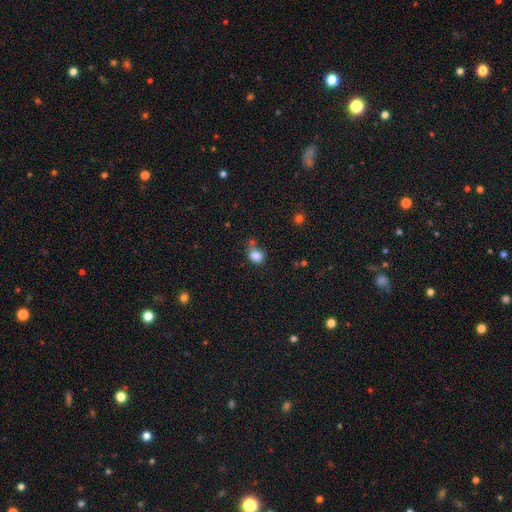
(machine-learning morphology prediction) This is clearly a smooth galaxy (82%). How rounded: possibly round (54%). Merging: possibly none (47%).